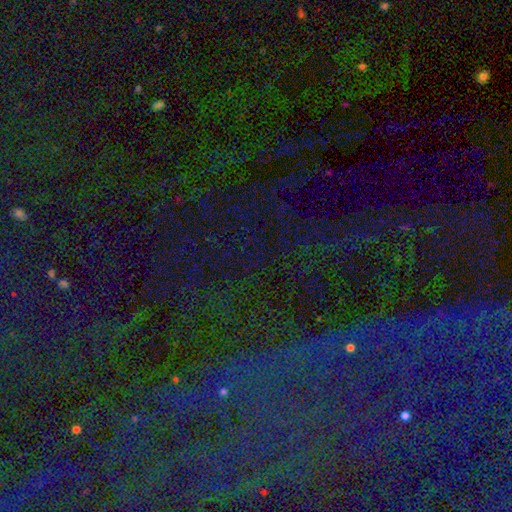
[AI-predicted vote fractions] smooth-or-featured: star or artifact: 80% | smooth: 11% | featured or disk: 9%